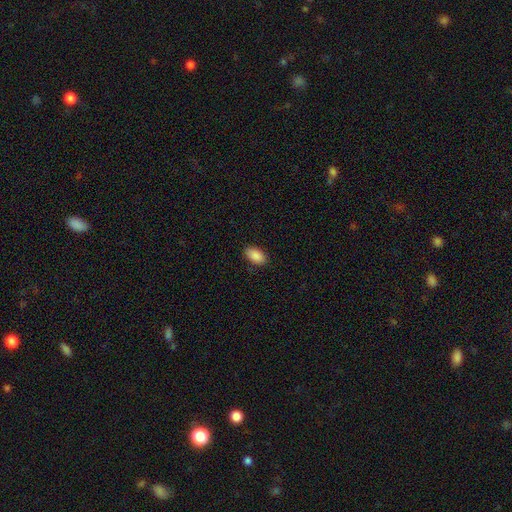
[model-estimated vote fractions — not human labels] A smooth galaxy with no disk features (89%) that is in between round and cigar-shaped (94%). Merging: none (87%).